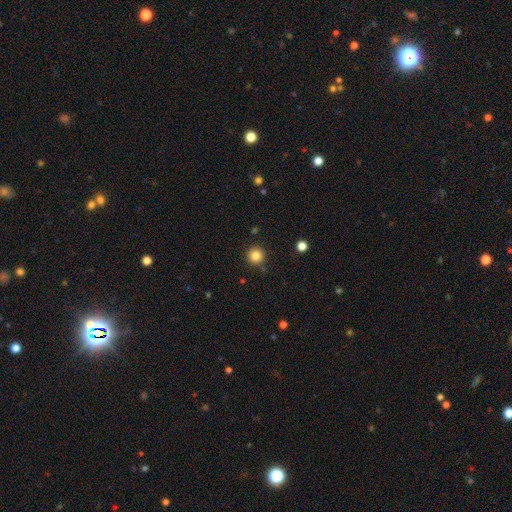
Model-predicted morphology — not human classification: This is clearly a smooth galaxy (84%). How rounded: clearly round (96%). Merging: clearly none (89%).